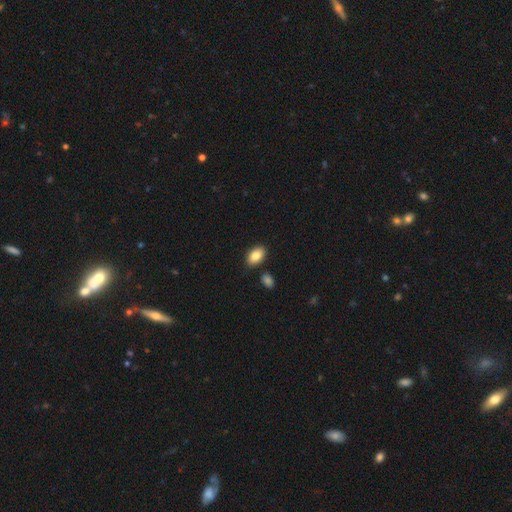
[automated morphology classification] A smooth galaxy with no disk features (86%) that is in between round and cigar-shaped (92%).

Vote fractions:
- Smooth or featured? smooth: 86% / featured or disk: 7% / star or artifact: 7%
- How rounded? in between: 92% / round: 7% / cigar-shaped: 1%
- Merging? none: 86% / minor disturbance: 9% / merger: 4% / major disturbance: 2%